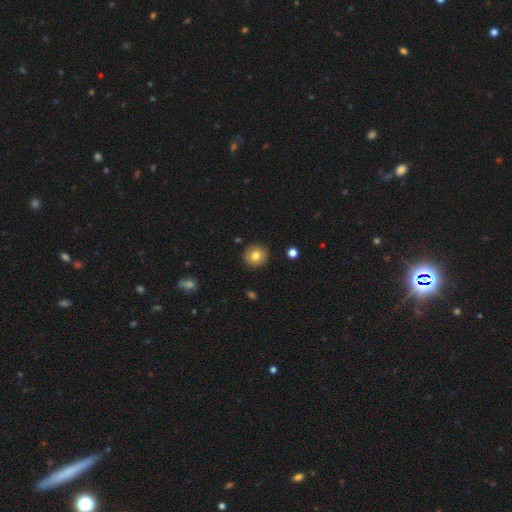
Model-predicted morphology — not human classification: The model was most divided on "smooth or featured": smooth: 80%, featured or disk: 11%, star or artifact: 9%. More confident: how rounded — round (93%); merging — none (91%).